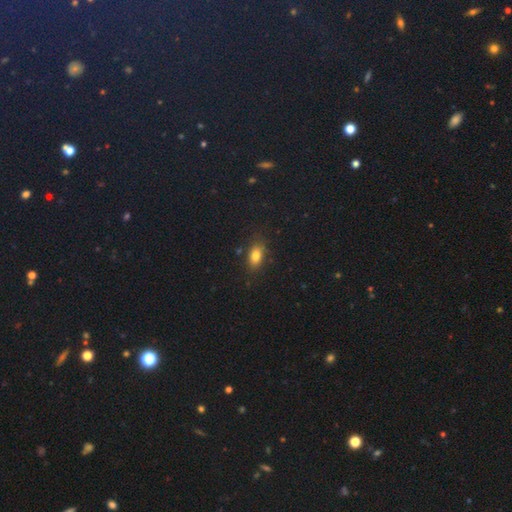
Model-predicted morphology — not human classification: smooth-or-featured: smooth: 80% | star or artifact: 11% | featured or disk: 8%
  how-rounded: in between: 85% | round: 10% | cigar-shaped: 5%
  merging: none: 79% | minor disturbance: 15% | major disturbance: 4% | merger: 2%